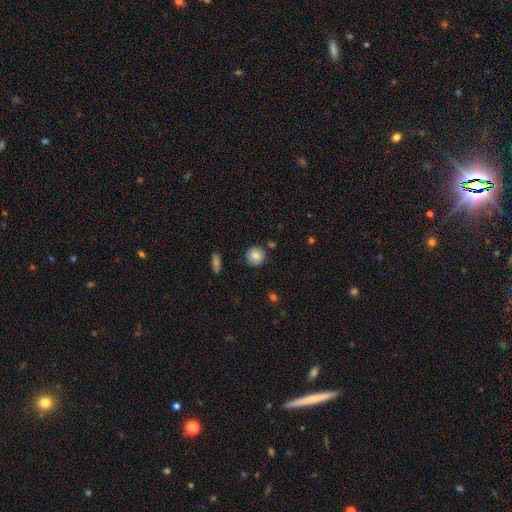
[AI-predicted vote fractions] smooth 83%, featured or disk 9%, star or artifact 9%. Down the decision tree: how rounded — round (90%); merging — none (84%).